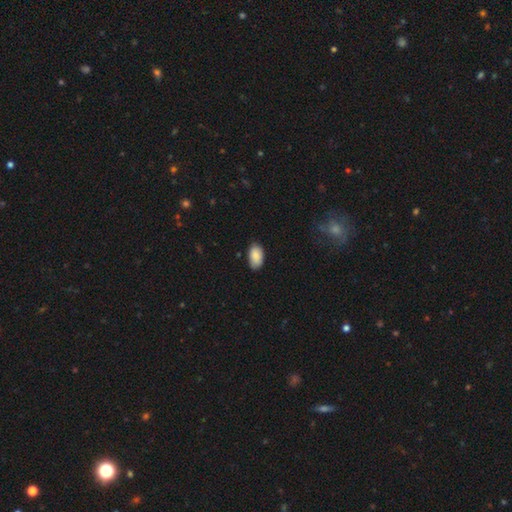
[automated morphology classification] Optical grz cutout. It shows a smooth galaxy with no disk features (88%) that is in between round and cigar-shaped (94%). Merging: none (78%).